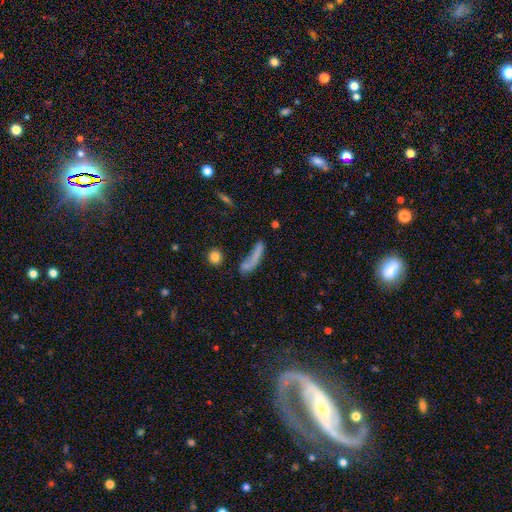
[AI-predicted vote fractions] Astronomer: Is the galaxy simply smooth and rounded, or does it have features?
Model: smooth — 64%.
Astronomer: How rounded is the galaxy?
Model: cigar-shaped — 70%.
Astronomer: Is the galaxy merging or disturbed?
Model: none — 39% (runner-up: major disturbance, 22%).